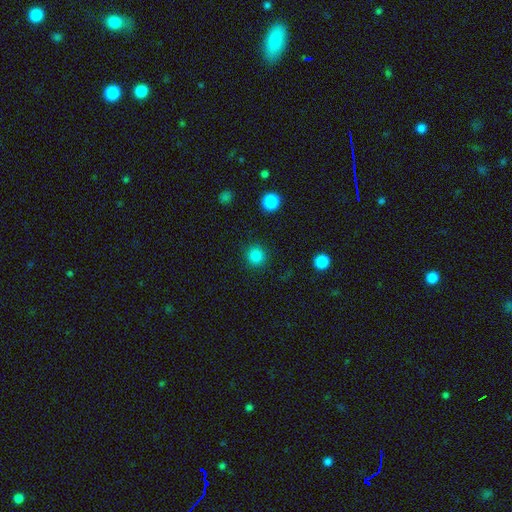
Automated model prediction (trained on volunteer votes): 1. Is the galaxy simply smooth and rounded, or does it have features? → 86% smooth, 11% star or artifact, 3% featured or disk.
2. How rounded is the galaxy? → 94% round, 5% in between, 1% cigar-shaped.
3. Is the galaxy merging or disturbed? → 91% none, 6% minor disturbance, 3% major disturbance, 1% merger.